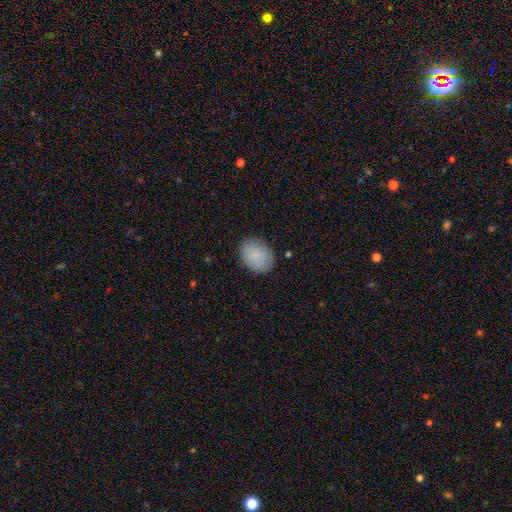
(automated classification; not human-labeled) smooth_or_featured: smooth (p=0.84) [alt: featured or disk p=0.10]
how_rounded: in between (p=0.63) [alt: round p=0.36]
merging: none (p=0.83) [alt: minor disturbance p=0.13]